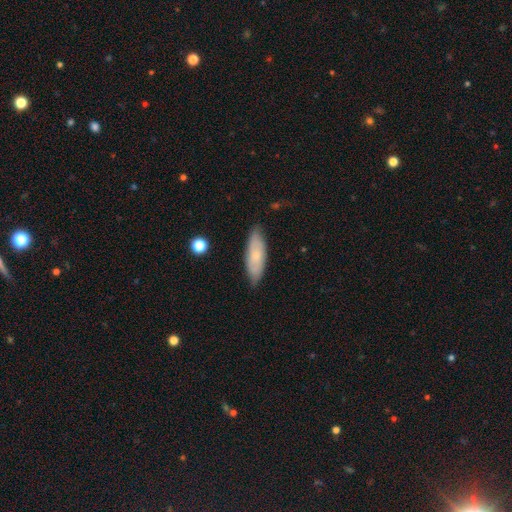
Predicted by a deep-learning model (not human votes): Smooth or featured? smooth (66%)
How rounded? in between (62%)
Merging? none (81%)